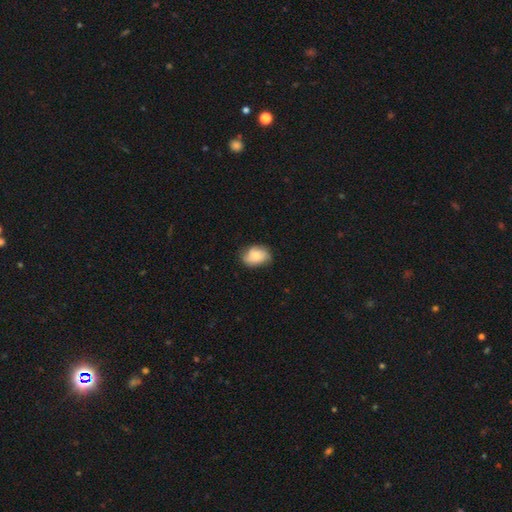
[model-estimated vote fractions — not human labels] This appears to be a smooth galaxy with no disk features (69%) that is in between round and cigar-shaped (74%). Merging: none (68%).